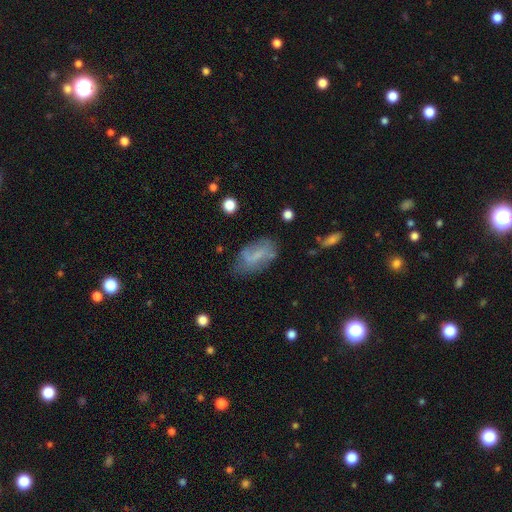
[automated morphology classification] This appears to be a smooth galaxy with no disk features (48%). Merging: none (57%).